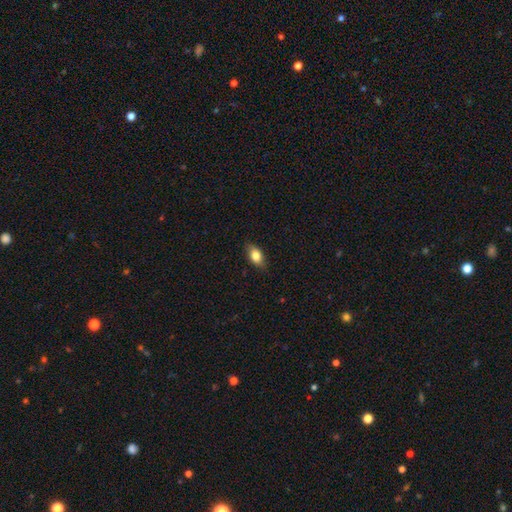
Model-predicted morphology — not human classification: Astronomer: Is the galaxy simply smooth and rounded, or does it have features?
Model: smooth — 80%.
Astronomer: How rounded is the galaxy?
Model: in between — 87%.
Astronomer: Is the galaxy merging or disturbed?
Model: none — 84%.